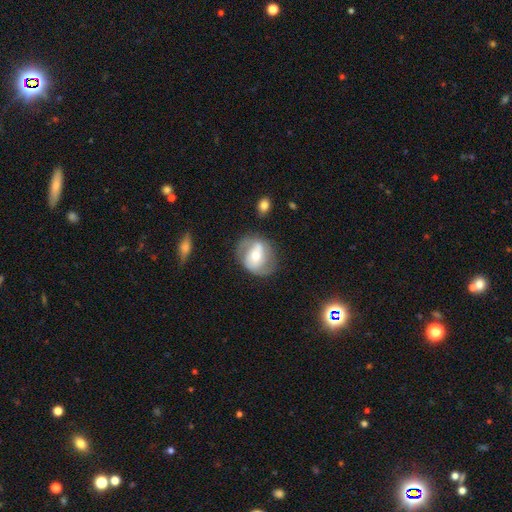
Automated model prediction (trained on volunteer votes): This appears to be a featured or disk galaxy (67%) with no bar (39%), 2 (82%) medium (44%) spiral arms (78%) and a moderate central bulge (62%). Merging: none (69%).